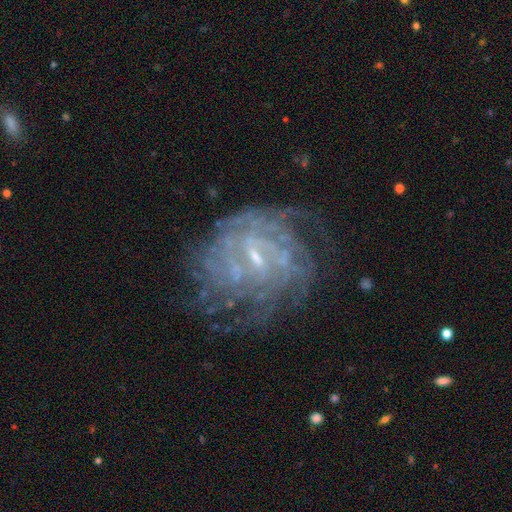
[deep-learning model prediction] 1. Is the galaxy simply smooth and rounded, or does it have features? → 84% featured or disk, 9% star or artifact, 7% smooth.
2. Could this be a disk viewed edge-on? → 97% no, 3% yes.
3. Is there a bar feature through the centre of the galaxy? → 55% weak, 23% strong, 22% no.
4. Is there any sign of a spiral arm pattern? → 88% yes, 12% no.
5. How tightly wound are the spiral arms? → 67% tight, 25% medium, 8% loose.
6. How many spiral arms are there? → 50% can't tell, 15% 4, 11% more than 4, 10% 2, 9% 3, 6% 1.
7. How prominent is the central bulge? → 71% small, 16% moderate, 10% none, 1% large, 1% dominant.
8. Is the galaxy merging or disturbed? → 64% none, 18% minor disturbance, 15% major disturbance, 2% merger.